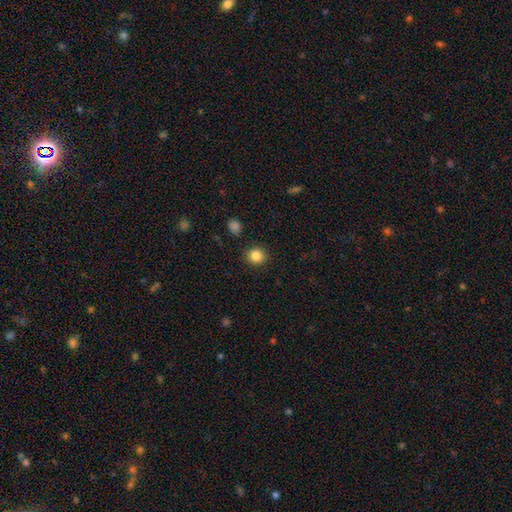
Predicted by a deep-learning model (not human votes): This appears to be a smooth galaxy with no disk features (85%) that is round (90%). Merging: none (91%).